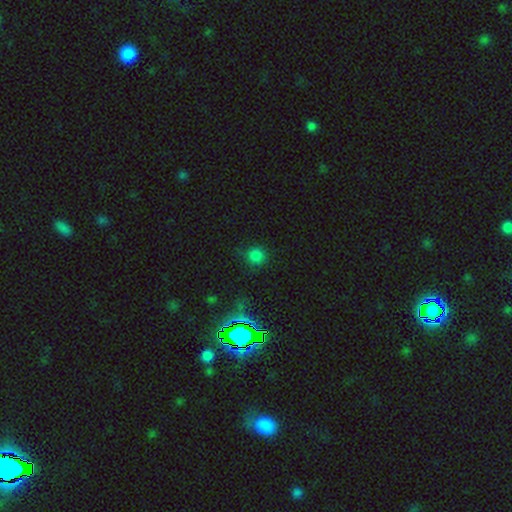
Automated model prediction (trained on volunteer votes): The model was most divided on "smooth or featured": smooth: 74%, star or artifact: 21%, featured or disk: 5%. More confident: how rounded — round (92%); merging — none (82%).